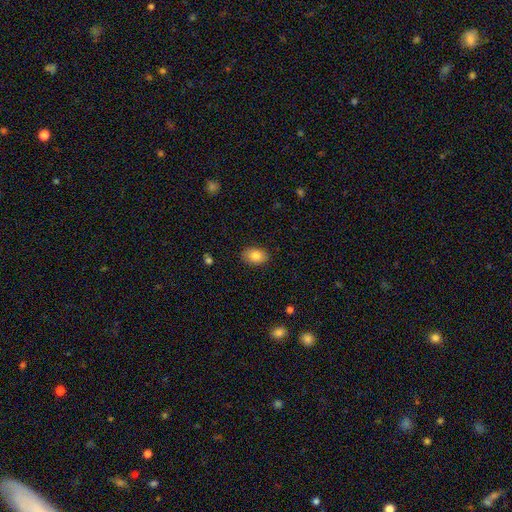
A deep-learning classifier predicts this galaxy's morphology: Smooth or featured? smooth (84%)
How rounded? in between (80%)
Merging? none (86%)